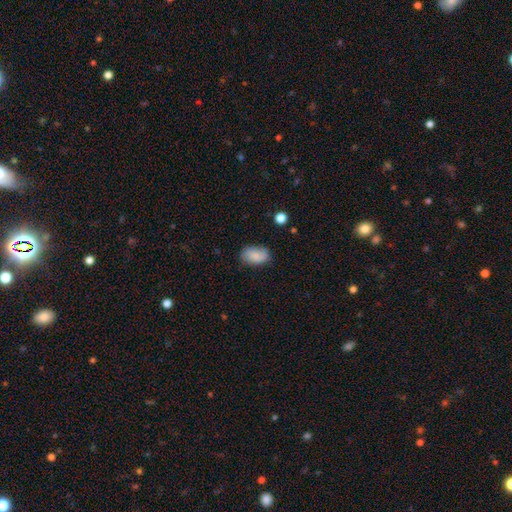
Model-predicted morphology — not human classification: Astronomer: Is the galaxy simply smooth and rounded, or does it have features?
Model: smooth — 83%.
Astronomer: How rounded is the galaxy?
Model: in between — 90%.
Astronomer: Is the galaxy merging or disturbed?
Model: none — 73%.